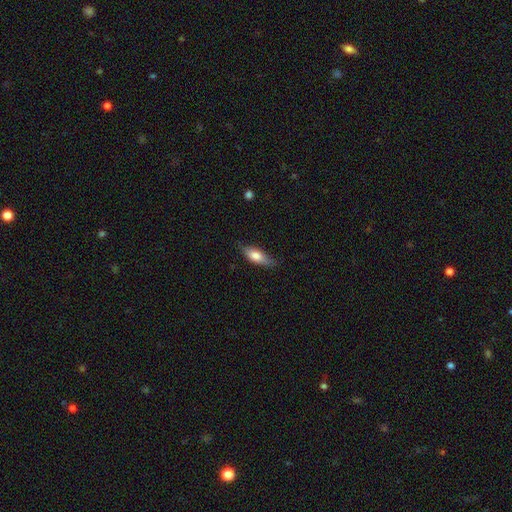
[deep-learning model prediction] smooth-or-featured: smooth: 70% | featured or disk: 24% | star or artifact: 6%
  how-rounded: in between: 66% | cigar-shaped: 31% | round: 3%
  merging: none: 74% | minor disturbance: 21% | major disturbance: 4% | merger: 1%